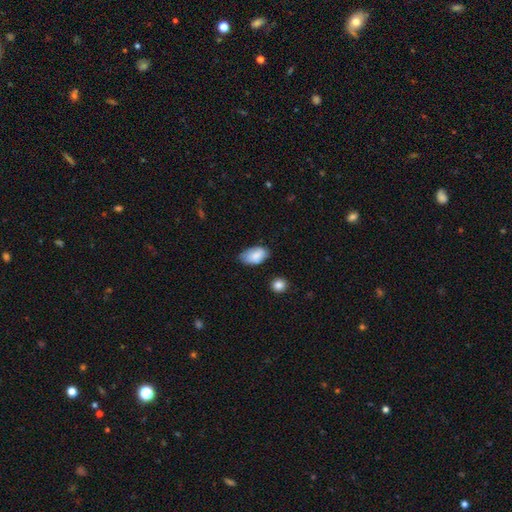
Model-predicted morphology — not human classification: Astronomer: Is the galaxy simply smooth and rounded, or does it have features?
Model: smooth — 85%.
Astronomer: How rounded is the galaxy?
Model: in between — 94%.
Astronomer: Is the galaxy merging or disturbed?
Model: none — 63%.